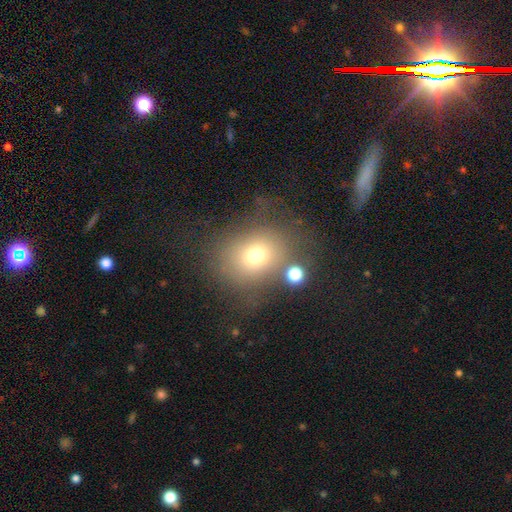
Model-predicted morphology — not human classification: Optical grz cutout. It shows a smooth galaxy with no disk features (68%) that is round (59%). Merging: none (63%).